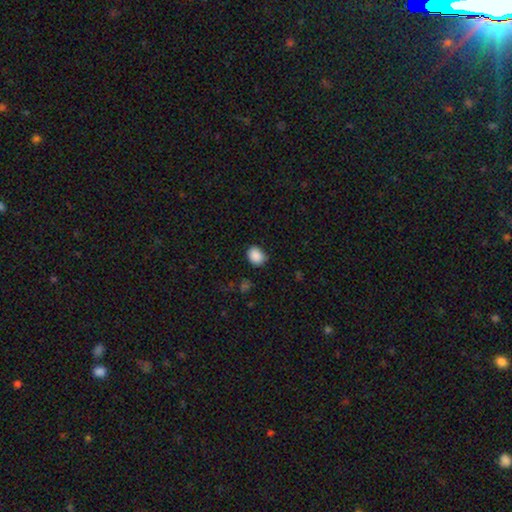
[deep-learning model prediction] Smooth or featured? smooth (88%)
How rounded? in between (55%)
Merging? none (81%)